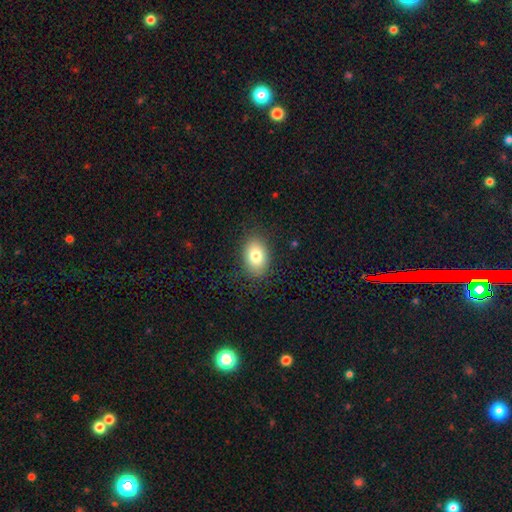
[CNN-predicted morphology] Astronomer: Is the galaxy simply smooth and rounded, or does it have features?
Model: smooth — 80%.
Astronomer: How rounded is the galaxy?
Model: in between — 82%.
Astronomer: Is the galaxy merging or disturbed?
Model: none — 86%.